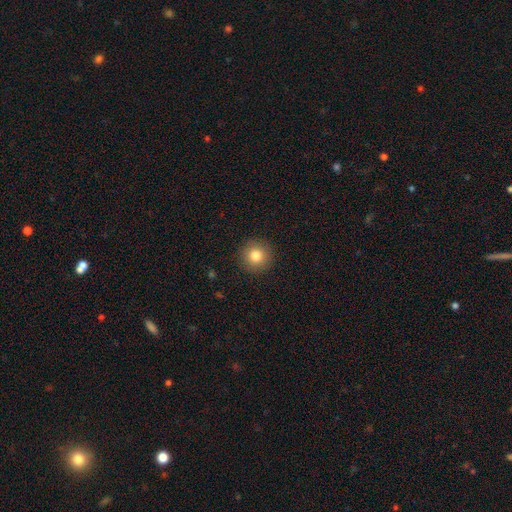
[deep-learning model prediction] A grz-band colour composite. It shows a smooth galaxy with no disk features (82%) that is round (95%). Merging: none (92%).